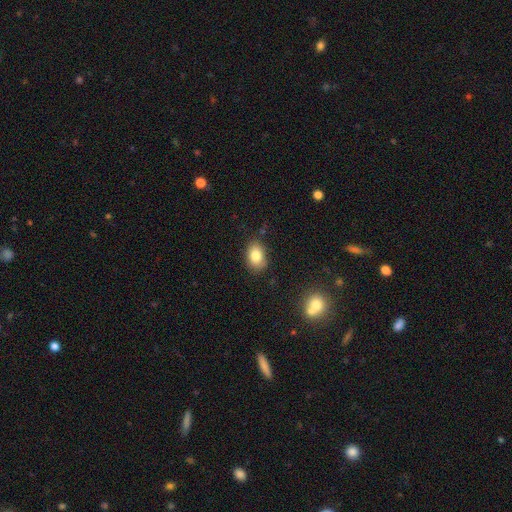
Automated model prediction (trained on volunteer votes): Q: Smooth or featured?
A: smooth (82%); runner-up: star or artifact (9%)
Q: How rounded?
A: in between (77%); runner-up: round (22%)
Q: Merging?
A: none (78%); runner-up: minor disturbance (17%)